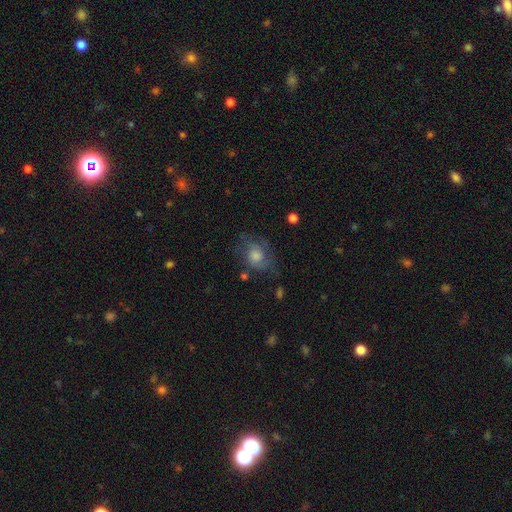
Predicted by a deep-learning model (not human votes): This is marginally a smooth galaxy (44%). Merging: possibly none (58%).